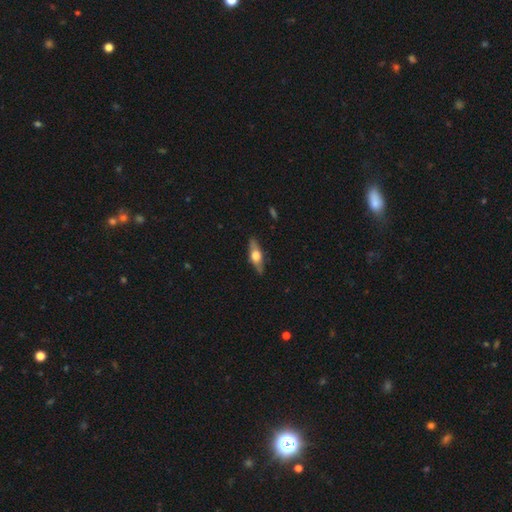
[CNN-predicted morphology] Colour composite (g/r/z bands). It shows a featured or disk galaxy (56%) viewed edge-on (90%) with a rounded central bulge (93%). Merging: none (86%).